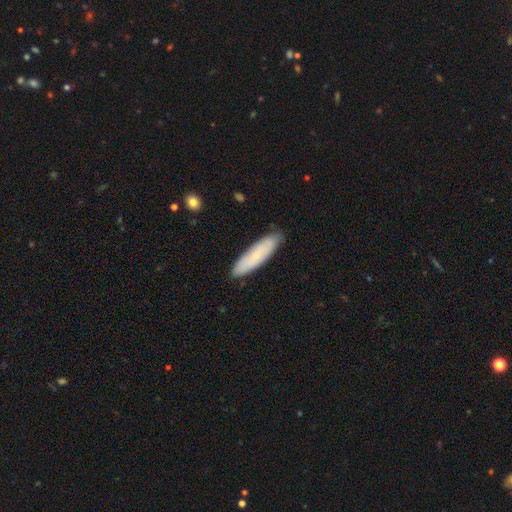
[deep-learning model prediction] A smooth galaxy with no disk features (73%) that is cigar-shaped (69%).

Vote fractions:
- Smooth or featured? smooth: 73% / featured or disk: 21% / star or artifact: 7%
- How rounded? cigar-shaped: 69% / in between: 29% / round: 1%
- Merging? none: 85% / minor disturbance: 11% / major disturbance: 2% / merger: 1%